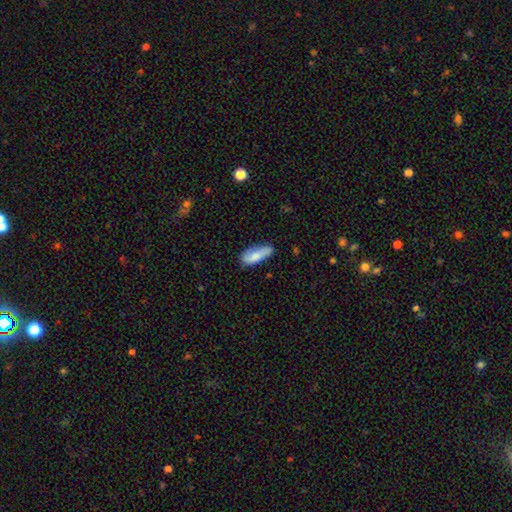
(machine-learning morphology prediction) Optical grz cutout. It shows a smooth galaxy with no disk features (72%) that is in between round and cigar-shaped (68%). Merging: none (65%).